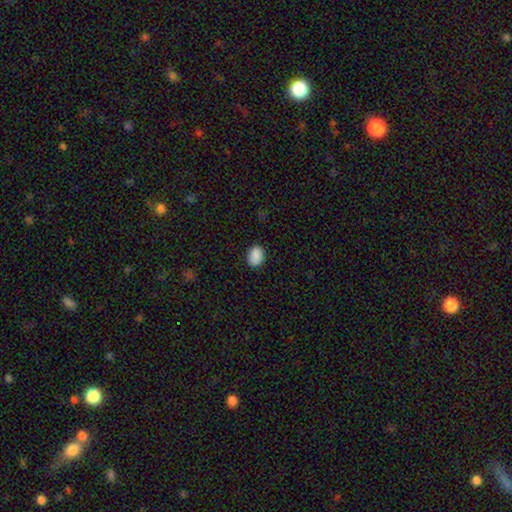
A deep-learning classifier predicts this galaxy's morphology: smooth 89%, star or artifact 8%, featured or disk 3%. Down the decision tree: how rounded — in between (75%); merging — none (86%).